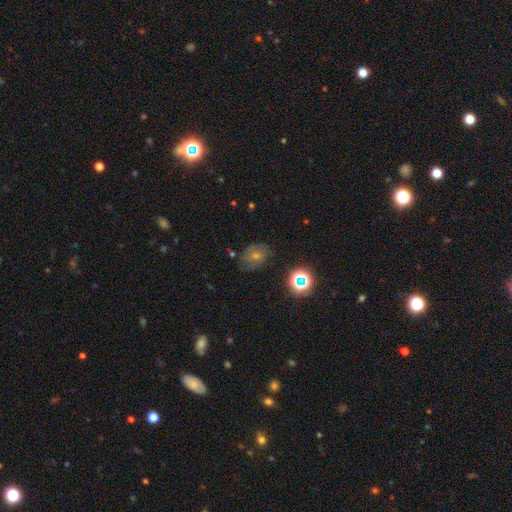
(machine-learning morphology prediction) A featured or disk galaxy (41%).

Vote fractions:
- Smooth or featured? featured or disk: 41% / star or artifact: 33% / smooth: 26%
- Merging? none: 75% / minor disturbance: 17% / major disturbance: 6% / merger: 2%